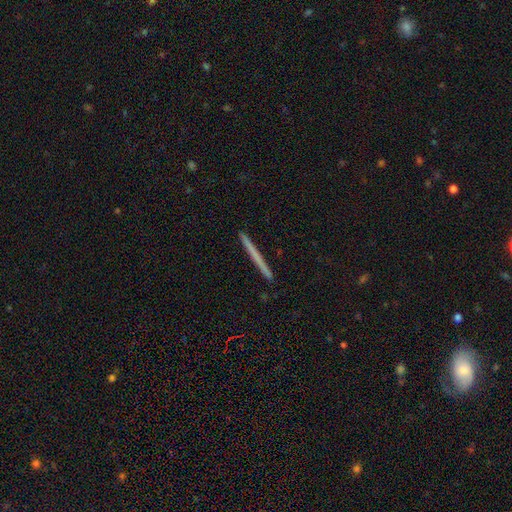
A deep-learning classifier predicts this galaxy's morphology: smooth 53%, featured or disk 41%, star or artifact 6%. Down the decision tree: how rounded — cigar-shaped (97%); merging — none (93%).